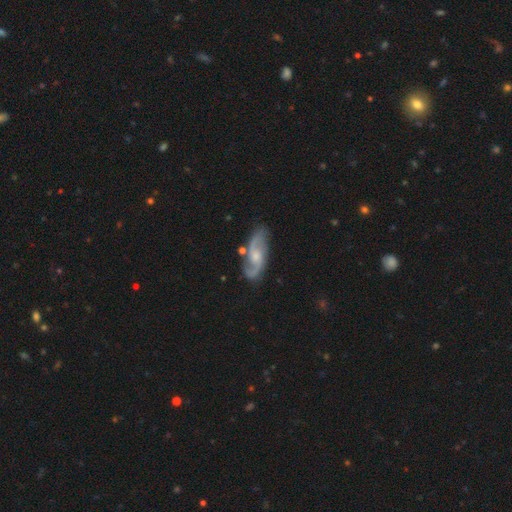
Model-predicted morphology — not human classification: Smooth or featured: featured or disk — 85% (smooth — 10%)
Edge-on disk: no — 94% (yes — 6%)
Bar: no — 54% (weak — 39%)
Spiral arms: yes — 96% (no — 4%)
Spiral winding: medium — 49% (loose — 36%)
Spiral arm count: 2 — 90% (can't tell — 4%)
Bulge size: small — 46% (moderate — 43%)
Merging: none — 75% (minor disturbance — 16%)